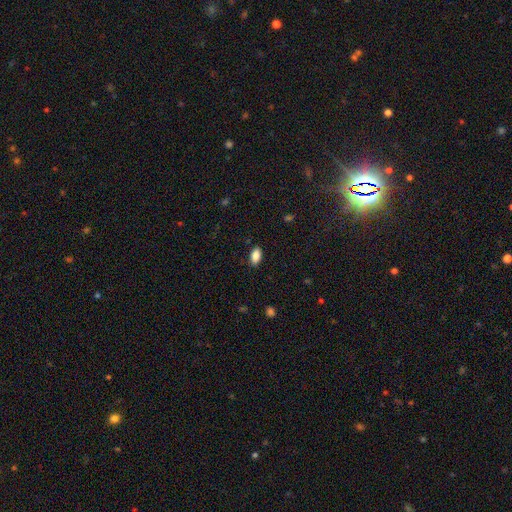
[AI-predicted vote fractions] A smooth galaxy with no disk features (87%) that is in between round and cigar-shaped (92%).

Vote fractions:
- Smooth or featured? smooth: 87% / star or artifact: 8% / featured or disk: 5%
- How rounded? in between: 92% / cigar-shaped: 5% / round: 3%
- Merging? none: 88% / minor disturbance: 9% / major disturbance: 2% / merger: 1%